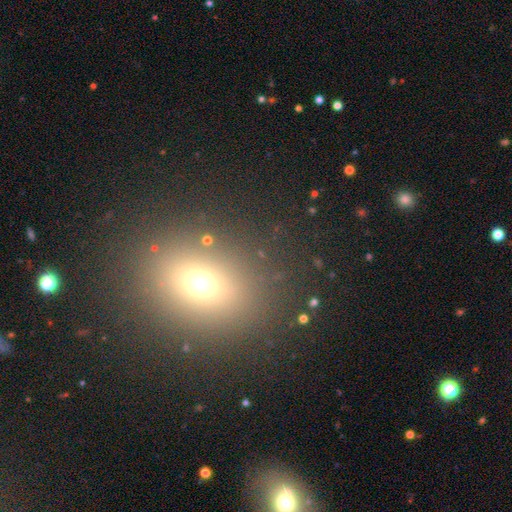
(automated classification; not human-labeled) smooth-or-featured: smooth: 61% | star or artifact: 27% | featured or disk: 12%
  how-rounded: in between: 52% | round: 45% | cigar-shaped: 3%
  merging: none: 85% | minor disturbance: 8% | major disturbance: 4% | merger: 3%